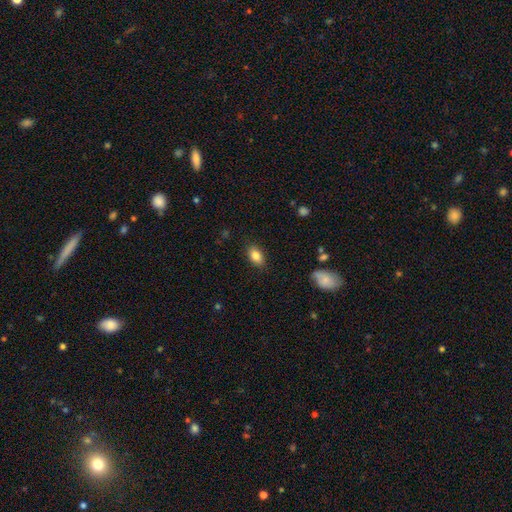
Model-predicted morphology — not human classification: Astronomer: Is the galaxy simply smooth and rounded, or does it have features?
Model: smooth — 84%.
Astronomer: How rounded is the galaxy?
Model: in between — 89%.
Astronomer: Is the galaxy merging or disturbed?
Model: none — 86%.